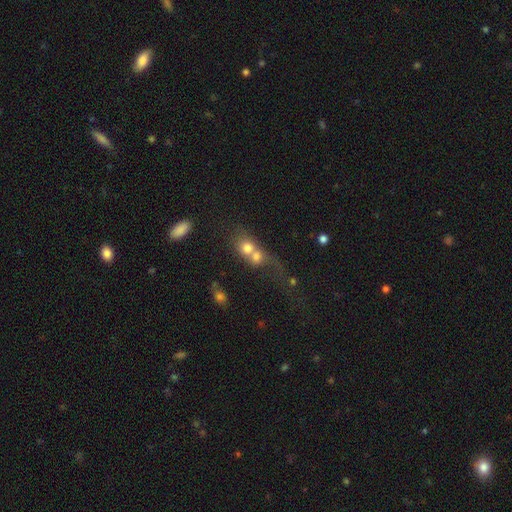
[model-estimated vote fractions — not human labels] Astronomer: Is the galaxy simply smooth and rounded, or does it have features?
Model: smooth — 51% (runner-up: star or artifact, 26%).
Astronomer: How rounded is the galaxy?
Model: round — 50% (runner-up: in between, 39%).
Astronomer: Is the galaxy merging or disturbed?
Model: merger — 54%.